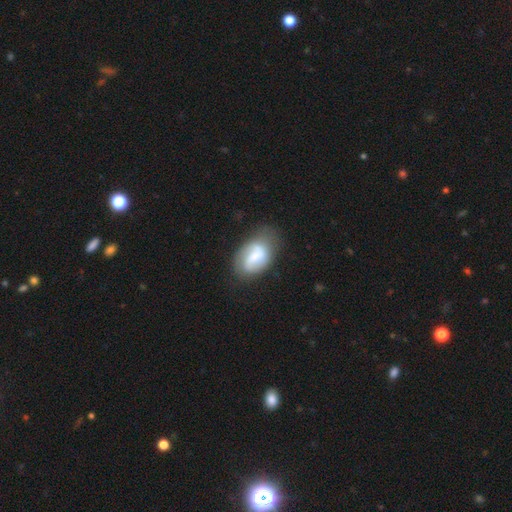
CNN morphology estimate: Smooth or featured?
  - featured or disk: 50% *
  - smooth: 43%
  - star or artifact: 7%
Merging?
  - none: 53% *
  - minor disturbance: 29%
  - major disturbance: 15%
  - merger: 3%